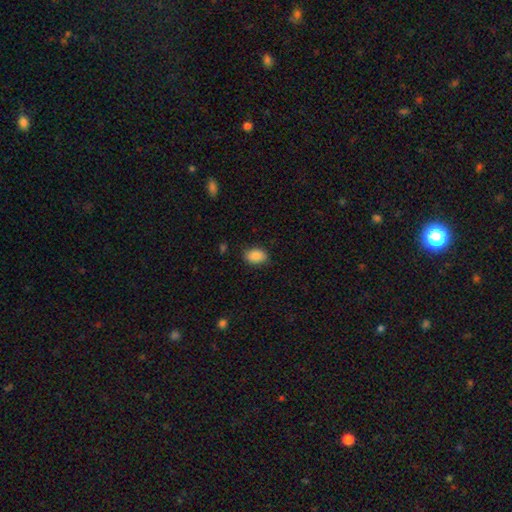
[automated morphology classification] Overall: smooth (89%). How rounded: in between (84%). Merging: none (84%).